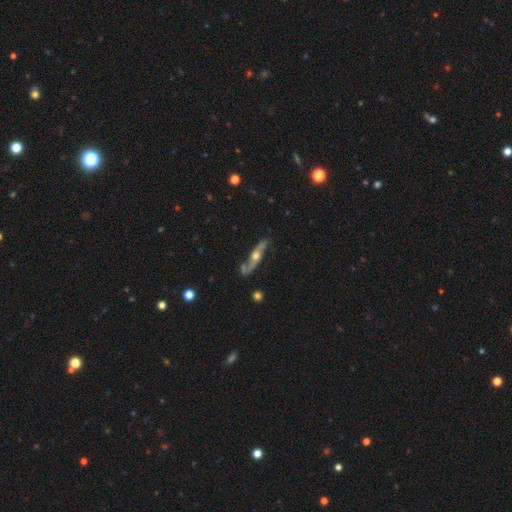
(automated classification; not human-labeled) This is likely a featured or disk galaxy (76%). It is possibly viewed edge-on (58%). Merging: likely none (71%).